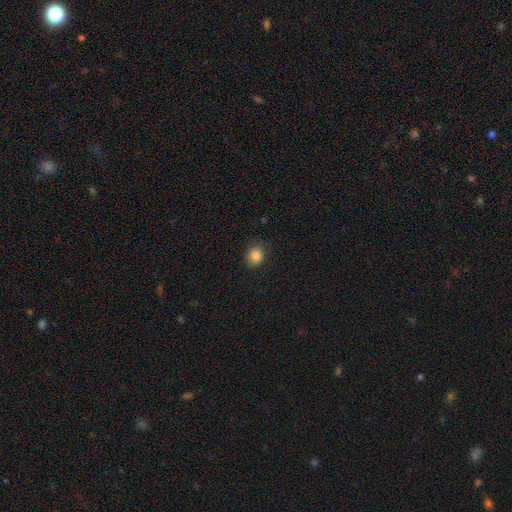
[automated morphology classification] Overall: smooth (85%). How rounded: round (67%; in between 32%). Merging: none (79%).